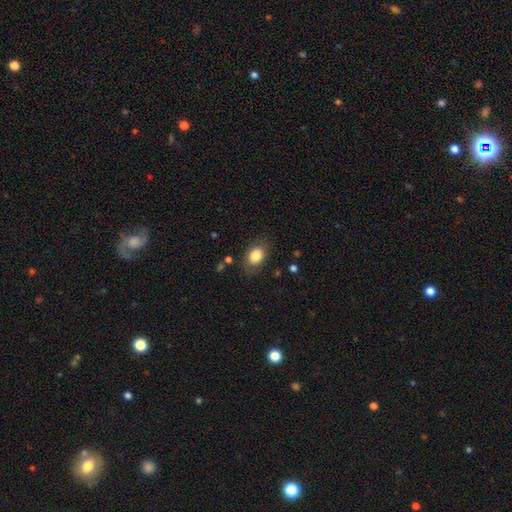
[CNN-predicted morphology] This appears to be a smooth galaxy with no disk features (81%) that is in between round and cigar-shaped (72%). Merging: none (80%).